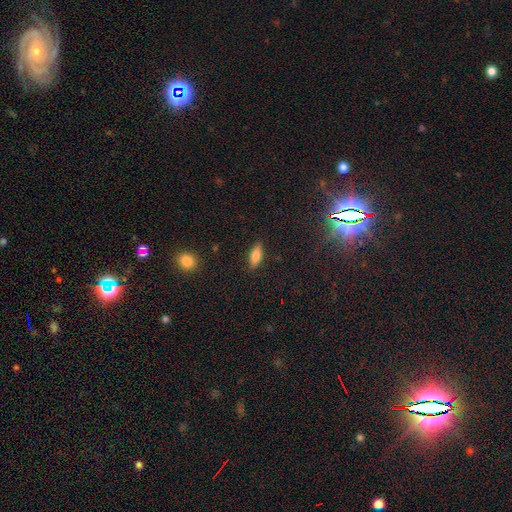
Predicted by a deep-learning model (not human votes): Q: Smooth or featured?
A: smooth (78%); runner-up: featured or disk (13%)
Q: How rounded?
A: in between (73%); runner-up: cigar-shaped (24%)
Q: Merging?
A: none (88%); runner-up: minor disturbance (9%)